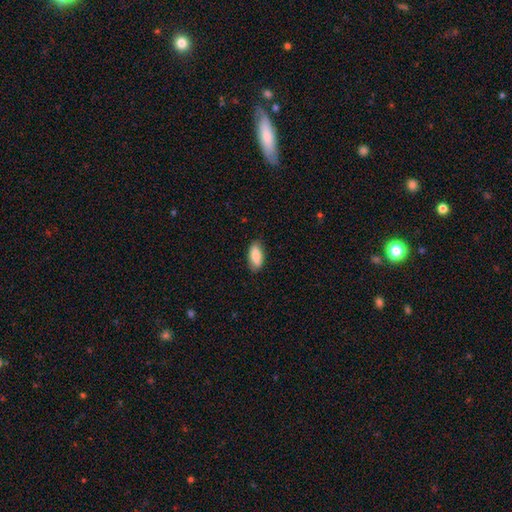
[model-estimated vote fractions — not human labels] A smooth galaxy with no disk features (86%) that is in between round and cigar-shaped (86%).

Vote fractions:
- Smooth or featured? smooth: 86% / featured or disk: 9% / star or artifact: 6%
- How rounded? in between: 86% / cigar-shaped: 11% / round: 2%
- Merging? none: 84% / minor disturbance: 13% / major disturbance: 2% / merger: 1%